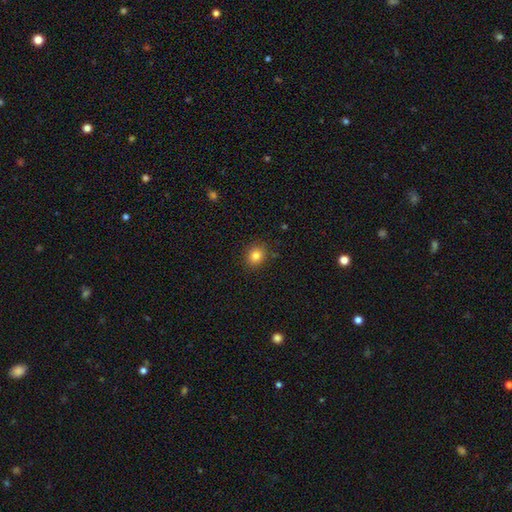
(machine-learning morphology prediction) type=smooth (82%); roundness=round (68%); merging=none (86%).